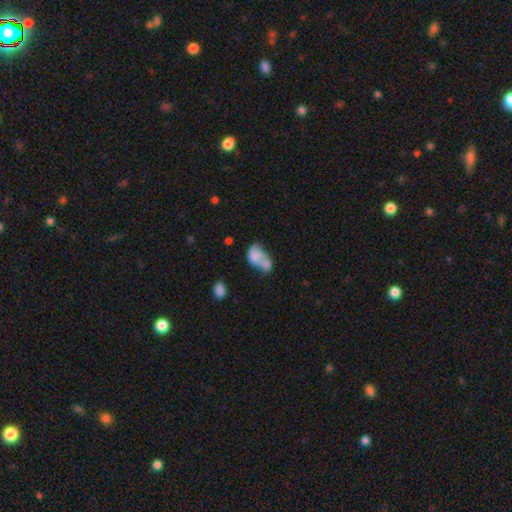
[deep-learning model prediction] This appears to be a smooth galaxy with no disk features (63%) that is in between round and cigar-shaped (81%). Merging: merger (61%).